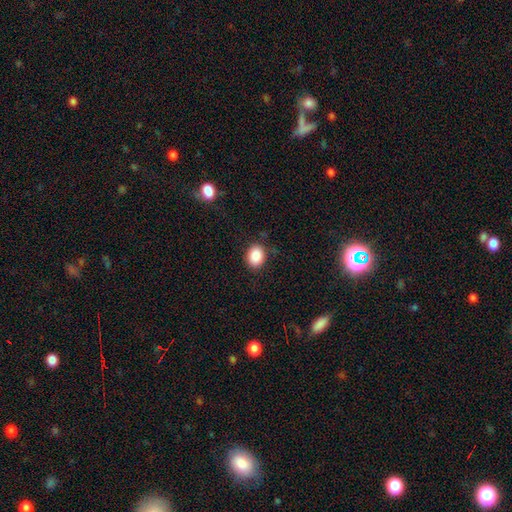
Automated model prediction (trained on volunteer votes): Smooth or featured? Predicted: smooth (p=0.88). How rounded? Predicted: in between (p=0.56). Merging? Predicted: none (p=0.85).